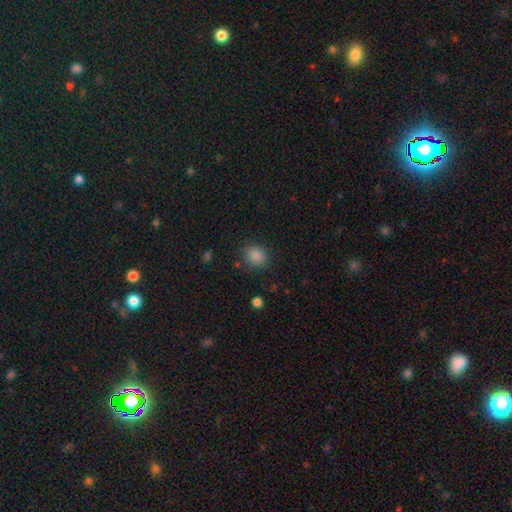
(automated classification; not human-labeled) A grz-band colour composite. It shows a smooth galaxy with no disk features (86%) that is round (74%). Merging: none (83%).